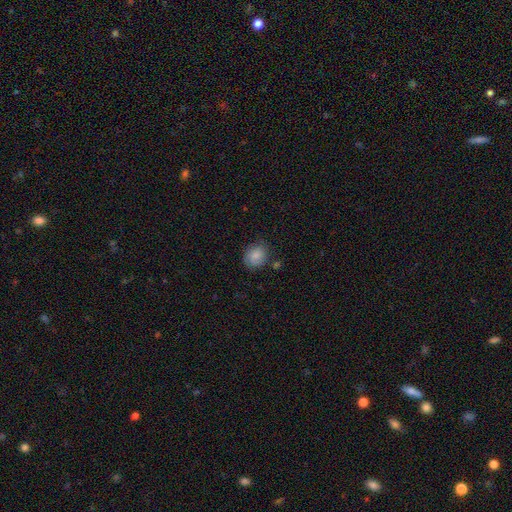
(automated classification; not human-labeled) Smooth or featured: smooth — 79% (featured or disk — 12%)
How rounded: round — 61% (in between — 38%)
Merging: none — 73% (minor disturbance — 19%)